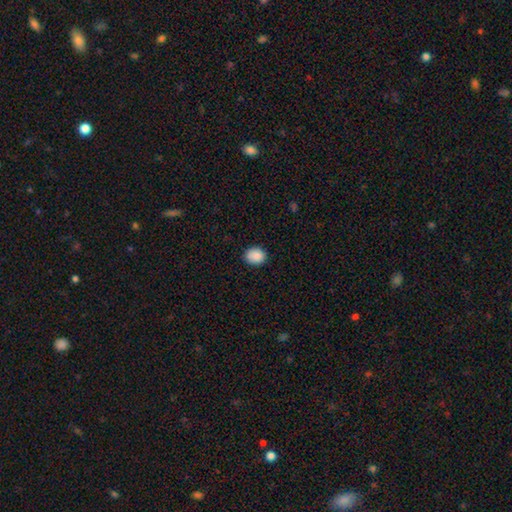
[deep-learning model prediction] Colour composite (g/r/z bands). It shows a smooth galaxy with no disk features (89%) that is round (61%). Merging: none (87%).